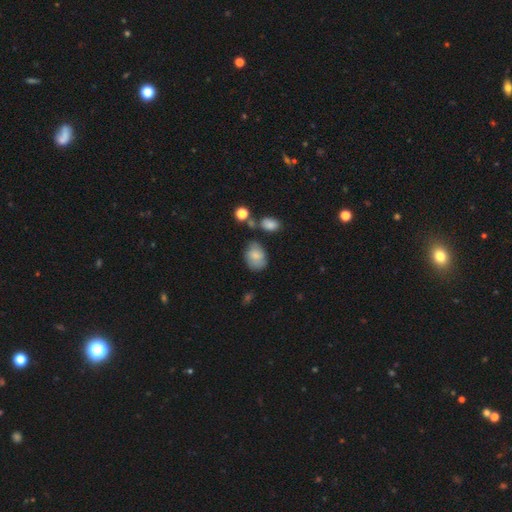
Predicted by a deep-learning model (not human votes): Morphology: type=smooth (76%); roundness=in between (72%); merging=none (58%).